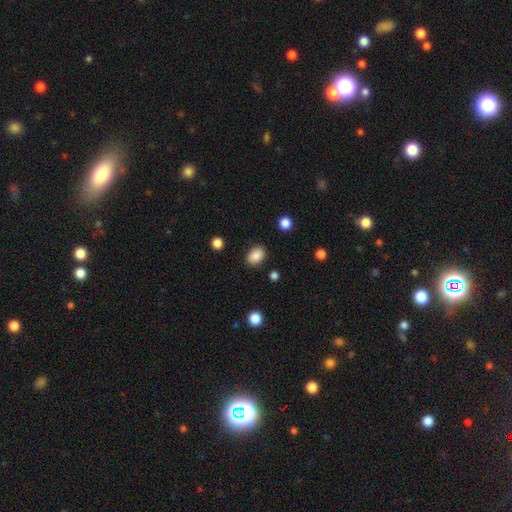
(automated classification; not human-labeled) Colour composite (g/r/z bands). It shows a smooth galaxy with no disk features (87%) that is in between round and cigar-shaped (78%). Merging: none (86%).